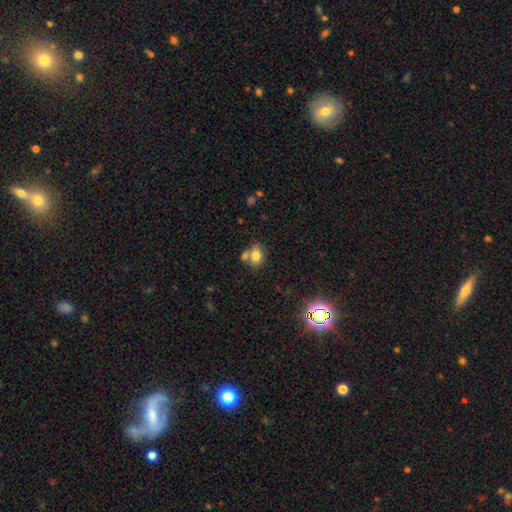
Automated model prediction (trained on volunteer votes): This is likely a smooth galaxy (78%). How rounded: likely in between (74%). Merging: possibly none (52%).